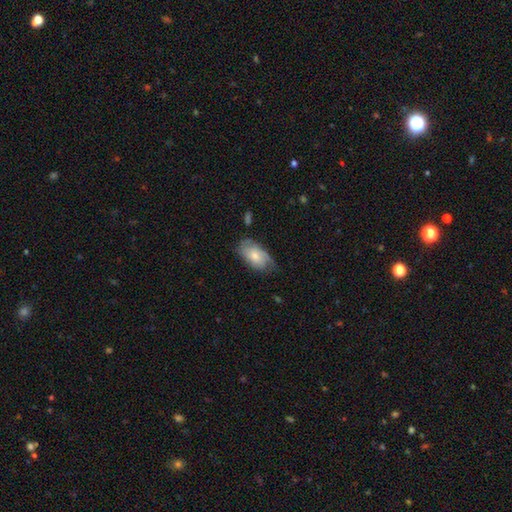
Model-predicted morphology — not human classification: Smooth or featured?
  - smooth: 53% *
  - featured or disk: 40%
  - star or artifact: 6%
How rounded?
  - in between: 92% *
  - round: 5%
  - cigar-shaped: 3%
Merging?
  - none: 57% *
  - minor disturbance: 31%
  - major disturbance: 10%
  - merger: 2%